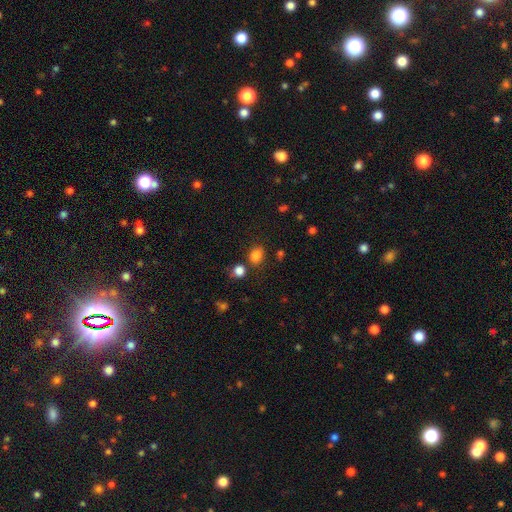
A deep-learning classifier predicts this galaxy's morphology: A smooth galaxy with no disk features (81%) that is in between round and cigar-shaped (54%).

Vote fractions:
- Smooth or featured? smooth: 81% / star or artifact: 14% / featured or disk: 5%
- How rounded? in between: 54% / round: 44% / cigar-shaped: 1%
- Merging? none: 70% / minor disturbance: 15% / merger: 9% / major disturbance: 5%